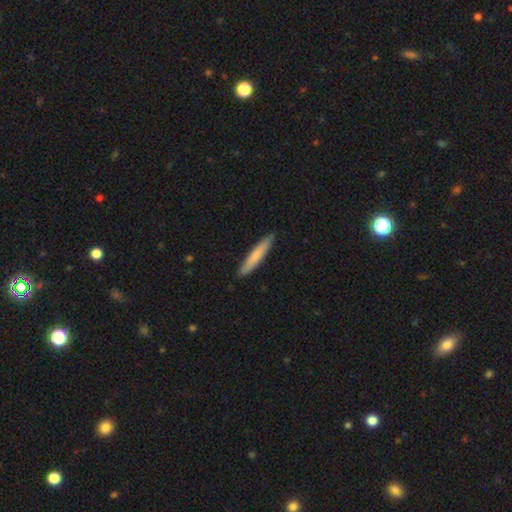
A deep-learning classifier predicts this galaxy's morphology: This appears to be a smooth galaxy with no disk features (76%) that is cigar-shaped (93%). Merging: none (89%).